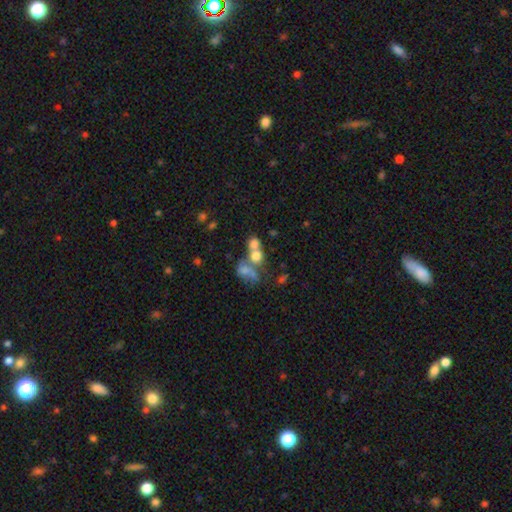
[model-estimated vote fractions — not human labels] Overall: smooth (65%). How rounded: round (66%; in between 32%). Merging: merger (58%; none 26%).